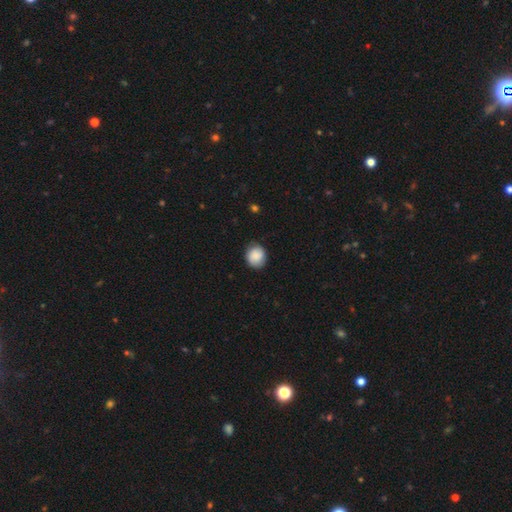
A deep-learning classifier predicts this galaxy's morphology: Smooth or featured?
  - smooth: 87% *
  - star or artifact: 7%
  - featured or disk: 6%
How rounded?
  - round: 81% *
  - in between: 18%
  - cigar-shaped: 1%
Merging?
  - none: 83% *
  - minor disturbance: 14%
  - major disturbance: 3%
  - merger: 1%